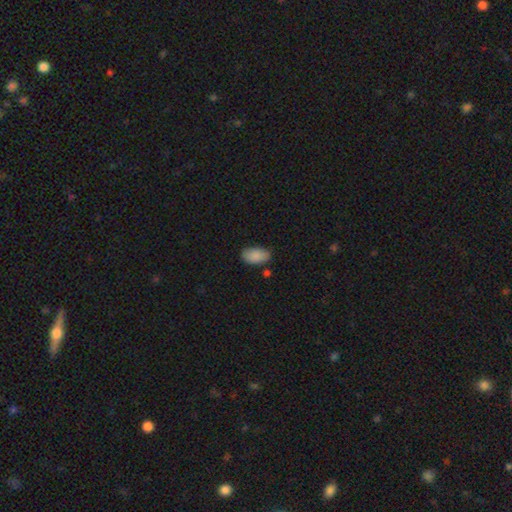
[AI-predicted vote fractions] smooth_or_featured: smooth (p=0.88) [alt: star or artifact p=0.07]
how_rounded: in between (p=0.94) [alt: round p=0.04]
merging: none (p=0.76) [alt: minor disturbance p=0.16]